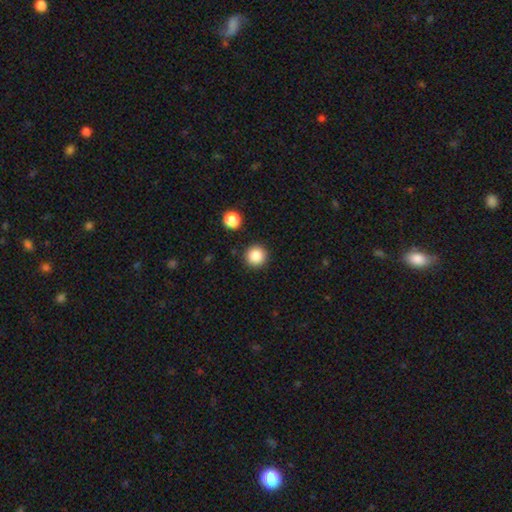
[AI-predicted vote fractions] smooth-or-featured: smooth: 86% | star or artifact: 10% | featured or disk: 4%
  how-rounded: round: 95% | in between: 4% | cigar-shaped: 1%
  merging: none: 89% | minor disturbance: 6% | merger: 3% | major disturbance: 2%